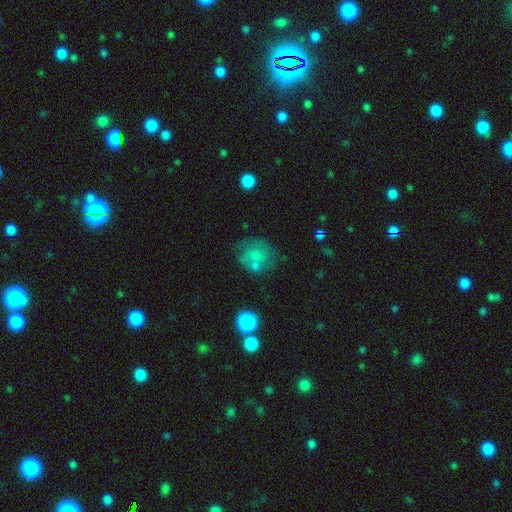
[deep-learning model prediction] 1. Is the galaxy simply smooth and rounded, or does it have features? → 48% smooth, 35% featured or disk, 17% star or artifact.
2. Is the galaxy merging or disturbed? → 56% none, 19% minor disturbance, 15% merger, 10% major disturbance.